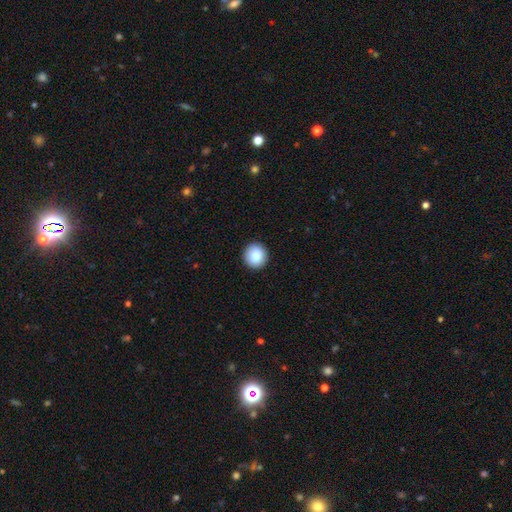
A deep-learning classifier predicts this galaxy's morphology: Smooth or featured?
  - smooth: 88% *
  - star or artifact: 8%
  - featured or disk: 4%
How rounded?
  - round: 93% *
  - in between: 6%
  - cigar-shaped: 1%
Merging?
  - none: 93% *
  - minor disturbance: 5%
  - major disturbance: 1%
  - merger: 1%